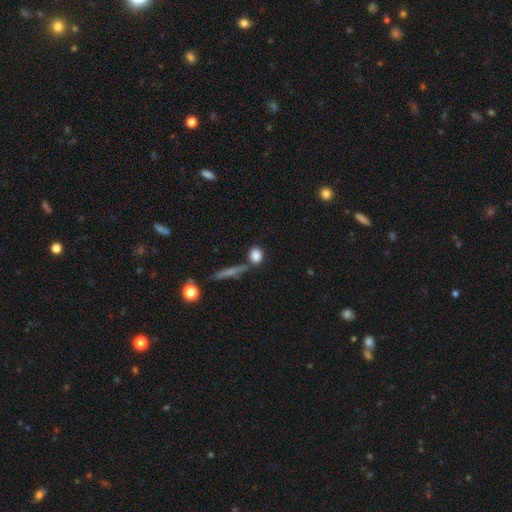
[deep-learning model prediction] A smooth galaxy with no disk features (83%) that is round (52%). Merging: none (65%).